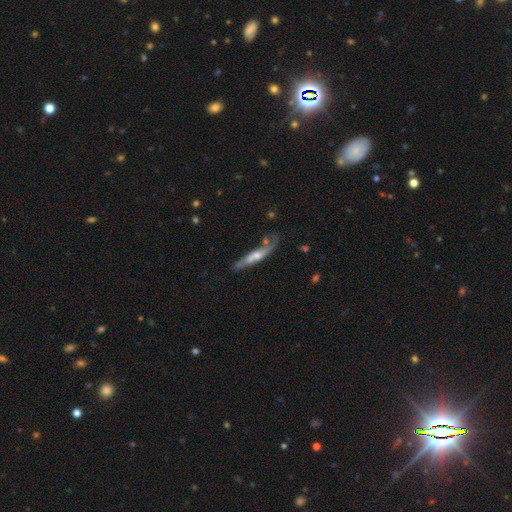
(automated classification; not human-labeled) Morphology: type=featured or disk (58%); edge-on=yes (79%); merging=none (62%).